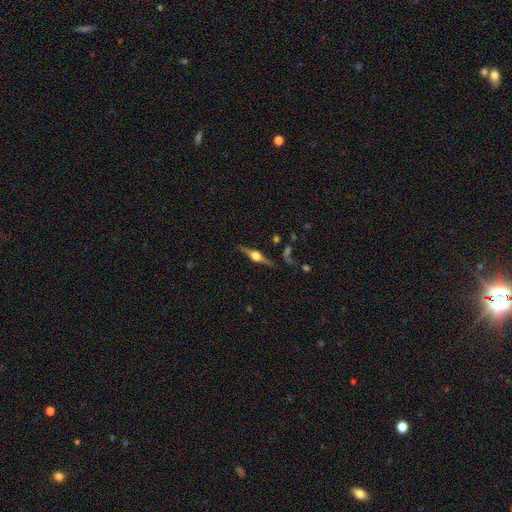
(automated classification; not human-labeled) Morphology: type=featured or disk (83%); edge-on=yes (97%); edge-on bulge=rounded (95%); merging=none (83%).